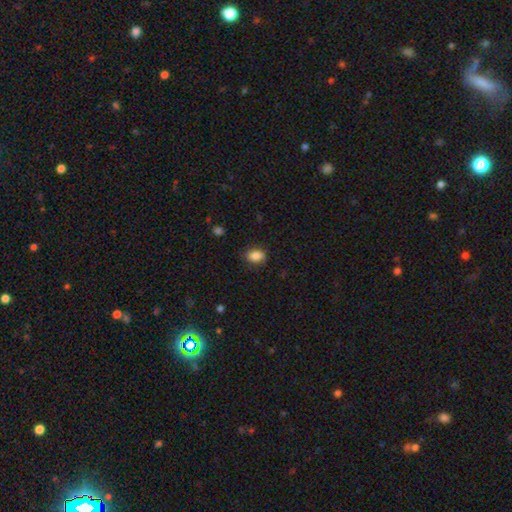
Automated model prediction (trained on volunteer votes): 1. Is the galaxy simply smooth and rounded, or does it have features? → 87% smooth, 9% star or artifact, 4% featured or disk.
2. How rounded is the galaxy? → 77% in between, 21% round, 1% cigar-shaped.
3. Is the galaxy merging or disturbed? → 80% none, 15% minor disturbance, 3% major disturbance, 1% merger.